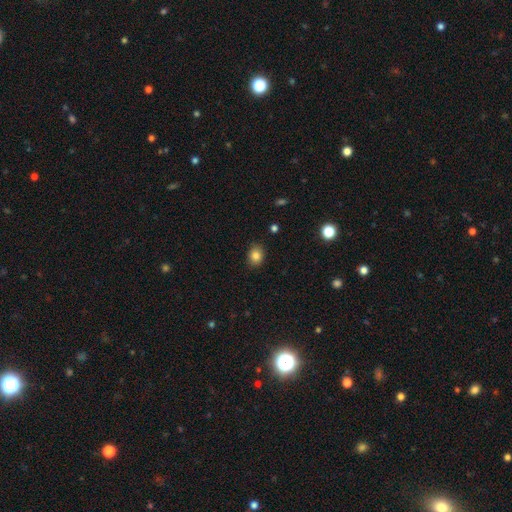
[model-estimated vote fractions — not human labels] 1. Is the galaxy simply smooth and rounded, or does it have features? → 83% smooth, 11% star or artifact, 6% featured or disk.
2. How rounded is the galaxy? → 50% round, 49% in between, 1% cigar-shaped.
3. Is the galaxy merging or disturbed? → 87% none, 10% minor disturbance, 2% major disturbance, 1% merger.